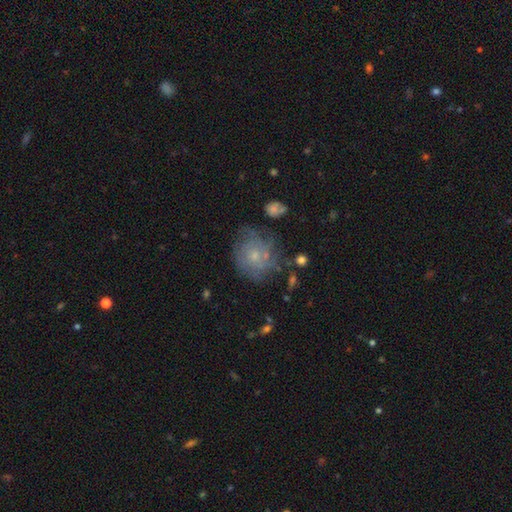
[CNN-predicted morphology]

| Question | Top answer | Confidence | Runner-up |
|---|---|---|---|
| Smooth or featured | featured or disk | 45% | smooth (43%) |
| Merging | none | 56% | minor disturbance (23%) |